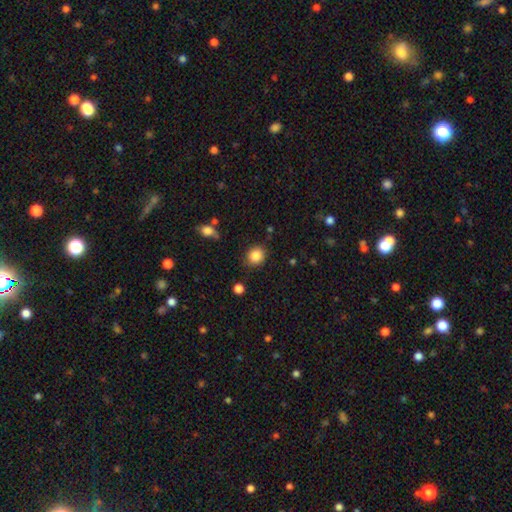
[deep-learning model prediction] This appears to be a smooth galaxy with no disk features (86%) that is round (78%). Merging: none (85%).